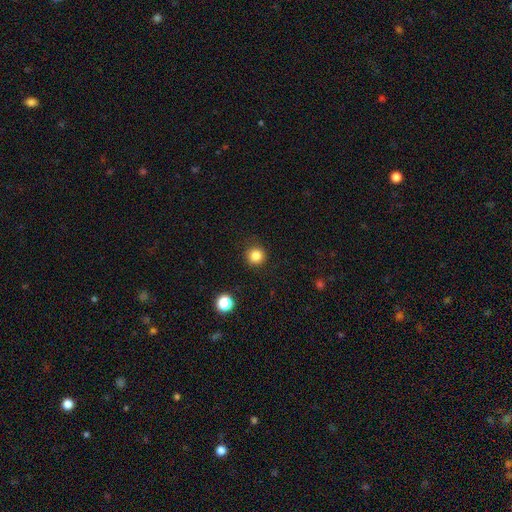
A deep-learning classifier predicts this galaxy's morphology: Smooth or featured: smooth — 85% (star or artifact — 11%)
How rounded: round — 94% (in between — 5%)
Merging: none — 89% (minor disturbance — 7%)